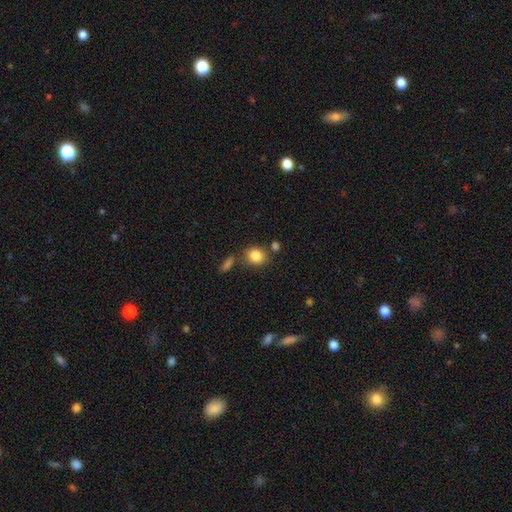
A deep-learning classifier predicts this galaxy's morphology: Smooth or featured: smooth — 84% (star or artifact — 9%)
How rounded: round — 61% (in between — 38%)
Merging: none — 71% (minor disturbance — 13%)